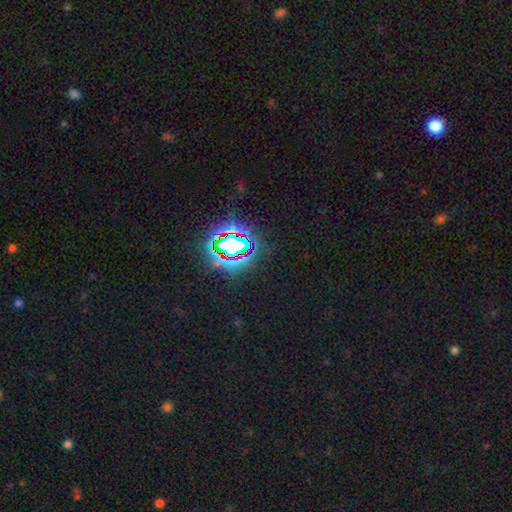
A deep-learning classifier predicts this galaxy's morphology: This appears to be a star or artifact, not a galaxy (83%).